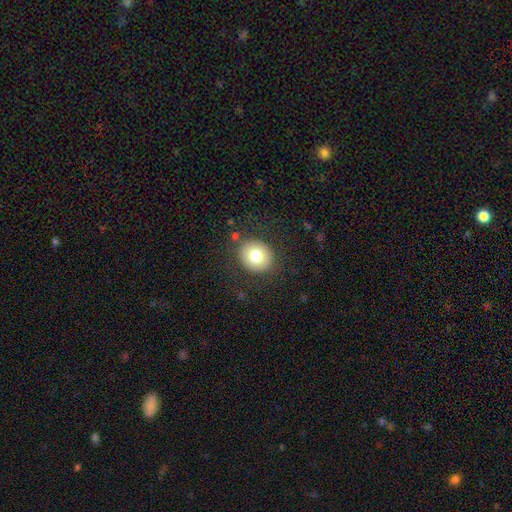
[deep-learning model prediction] This is likely a smooth galaxy (77%). How rounded: likely round (74%). Merging: clearly none (85%).